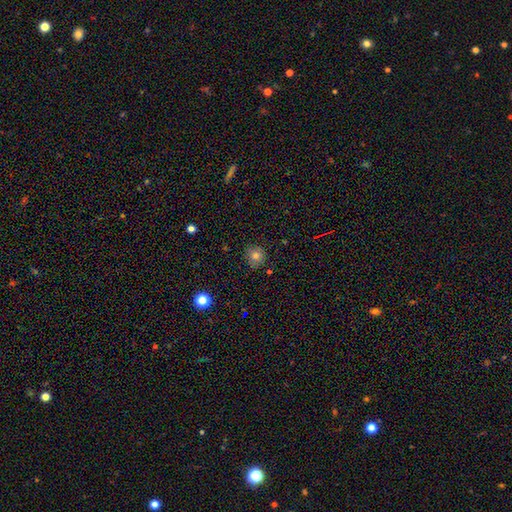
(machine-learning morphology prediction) A smooth galaxy with no disk features (78%) that is round (90%). Merging: none (85%).